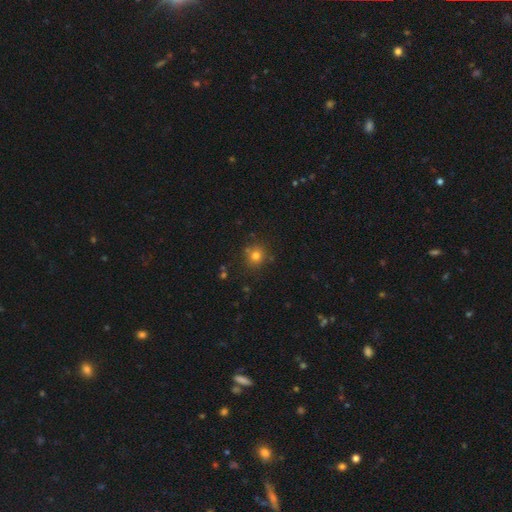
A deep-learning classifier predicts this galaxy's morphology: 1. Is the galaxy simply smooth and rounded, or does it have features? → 77% smooth, 16% star or artifact, 7% featured or disk.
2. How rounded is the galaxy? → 90% round, 9% in between, 1% cigar-shaped.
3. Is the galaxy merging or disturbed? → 83% none, 10% minor disturbance, 4% merger, 3% major disturbance.